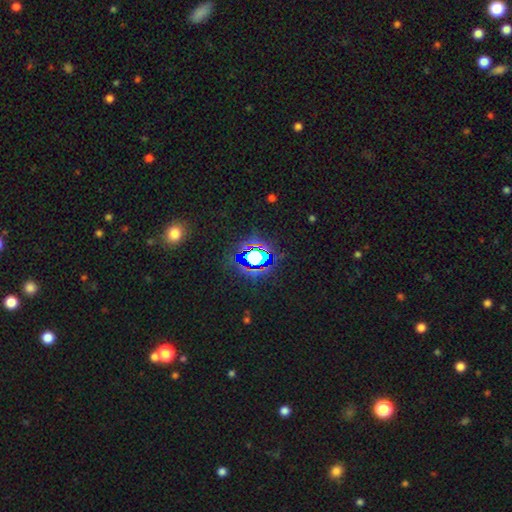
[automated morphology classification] Q: Smooth or featured?
A: star or artifact (72%); runner-up: smooth (17%)